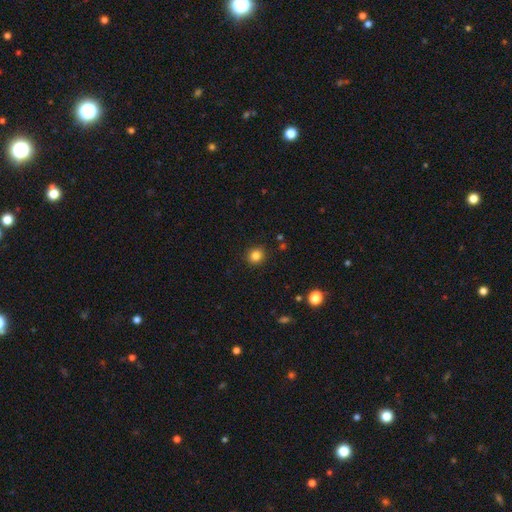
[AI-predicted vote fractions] Morphology: type=smooth (83%); roundness=round (83%); merging=none (90%).